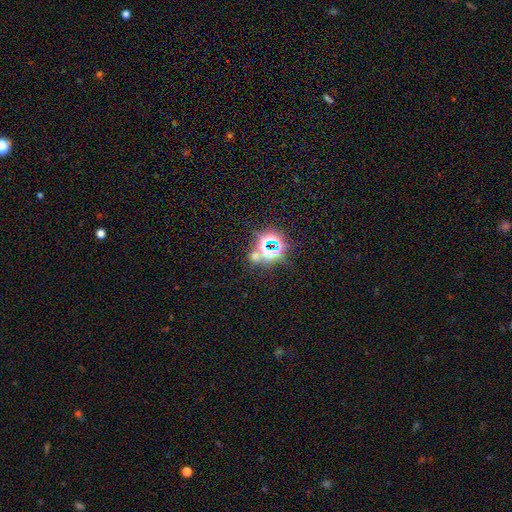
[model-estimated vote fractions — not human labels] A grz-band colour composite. It shows a star or artifact, not a galaxy (68%).